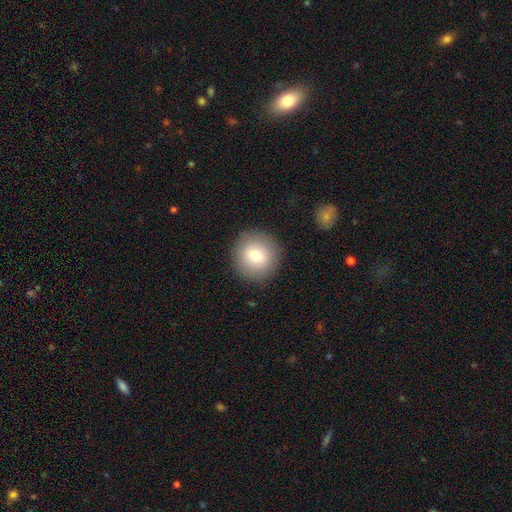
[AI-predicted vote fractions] Overall: smooth (78%). How rounded: round (94%). Merging: none (90%).